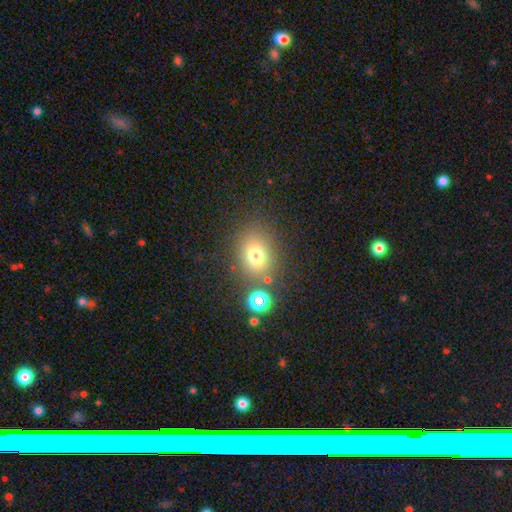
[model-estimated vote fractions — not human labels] Overall: smooth (74%). How rounded: in between (50%; round 49%). Merging: none (73%).